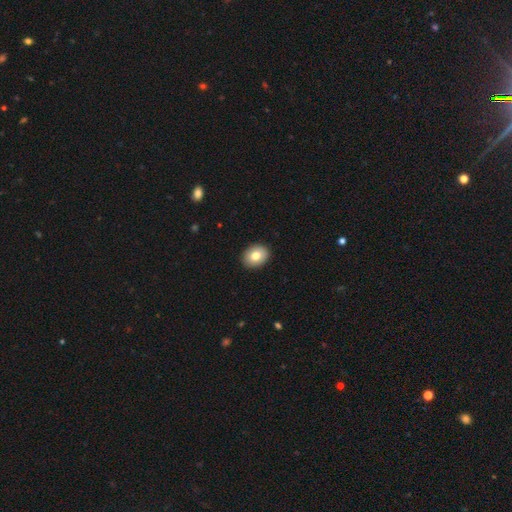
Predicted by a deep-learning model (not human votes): This is likely a smooth galaxy (78%). How rounded: possibly in between (53%). Merging: clearly none (91%).